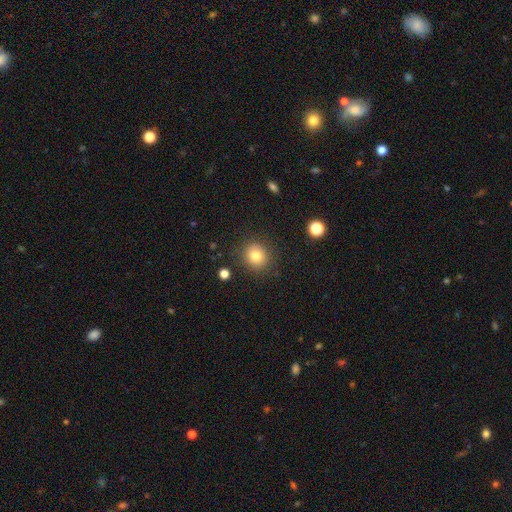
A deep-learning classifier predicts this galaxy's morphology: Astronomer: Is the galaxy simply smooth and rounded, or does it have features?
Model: smooth — 81%.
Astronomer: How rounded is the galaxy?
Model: round — 84%.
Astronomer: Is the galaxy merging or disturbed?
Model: none — 87%.